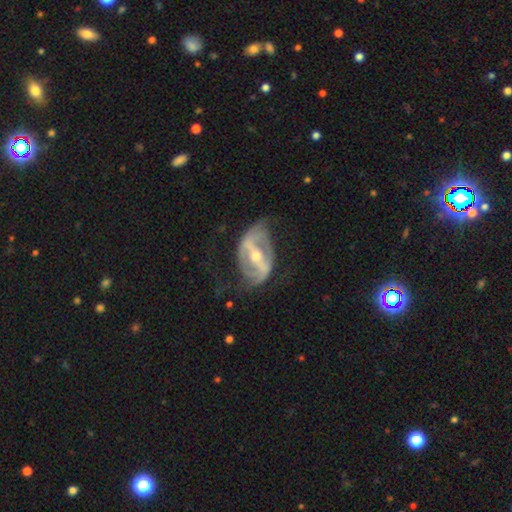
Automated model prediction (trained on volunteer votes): This appears to be a featured or disk galaxy (85%) with a strong bar (72%), 2 (81%) medium (40%) spiral arms (72%) and a moderate central bulge (54%). Merging: none (54%).